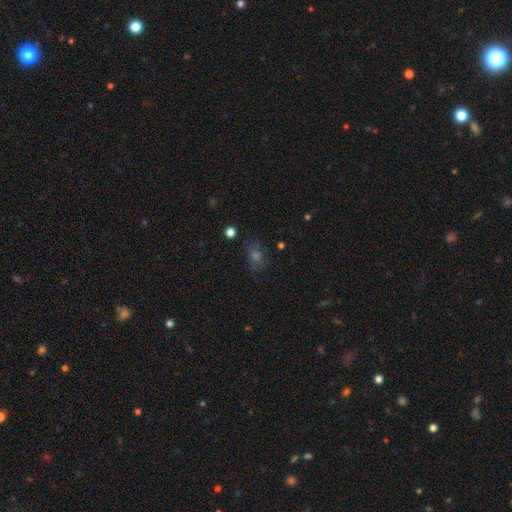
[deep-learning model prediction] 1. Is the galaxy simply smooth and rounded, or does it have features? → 50% smooth, 31% star or artifact, 18% featured or disk.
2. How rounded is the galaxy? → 65% in between, 33% round, 2% cigar-shaped.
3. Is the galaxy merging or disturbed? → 76% none, 15% minor disturbance, 6% major disturbance, 3% merger.